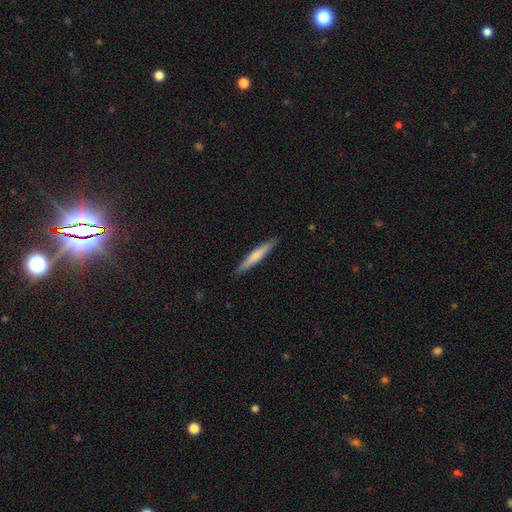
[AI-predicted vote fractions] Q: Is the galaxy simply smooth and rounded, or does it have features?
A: smooth — 63%.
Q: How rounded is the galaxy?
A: cigar-shaped — 94%.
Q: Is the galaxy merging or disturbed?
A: none — 90%.